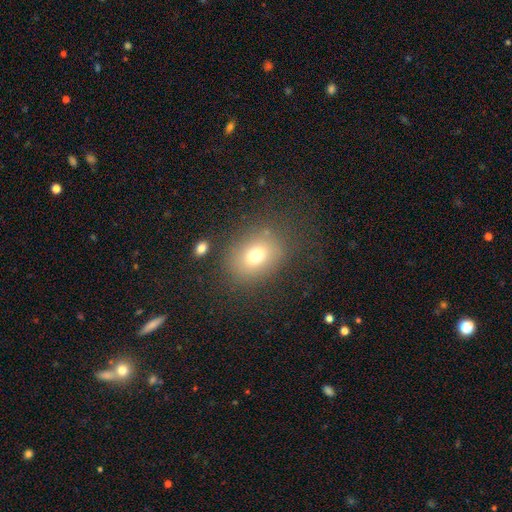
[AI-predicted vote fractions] smooth 72%, featured or disk 14%, star or artifact 14%. Down the decision tree: how rounded — in between (57%); merging — none (77%).